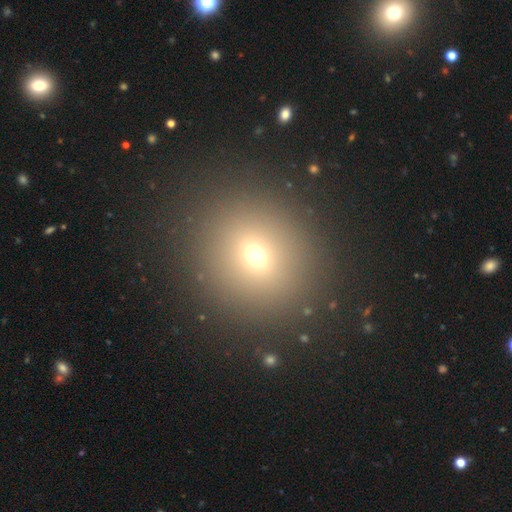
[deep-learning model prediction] A smooth galaxy with no disk features (66%) that is round (83%).

Vote fractions:
- Smooth or featured? smooth: 66% / star or artifact: 23% / featured or disk: 11%
- How rounded? round: 83% / in between: 16% / cigar-shaped: 1%
- Merging? none: 89% / minor disturbance: 6% / major disturbance: 3% / merger: 2%